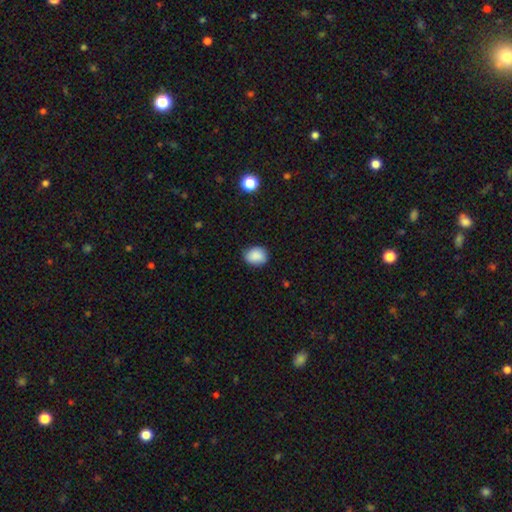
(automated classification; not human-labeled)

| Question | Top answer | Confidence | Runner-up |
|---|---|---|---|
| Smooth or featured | smooth | 87% | star or artifact (8%) |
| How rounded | in between | 53% | round (46%) |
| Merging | none | 79% | minor disturbance (17%) |